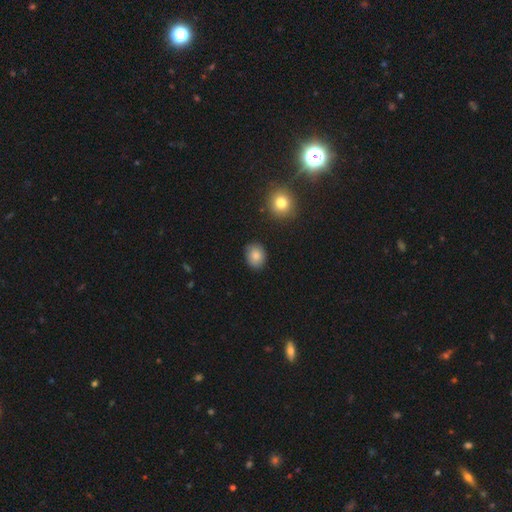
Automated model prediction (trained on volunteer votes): Smooth or featured? Predicted: smooth (p=0.86). How rounded? Predicted: round (p=0.50). Merging? Predicted: none (p=0.86).